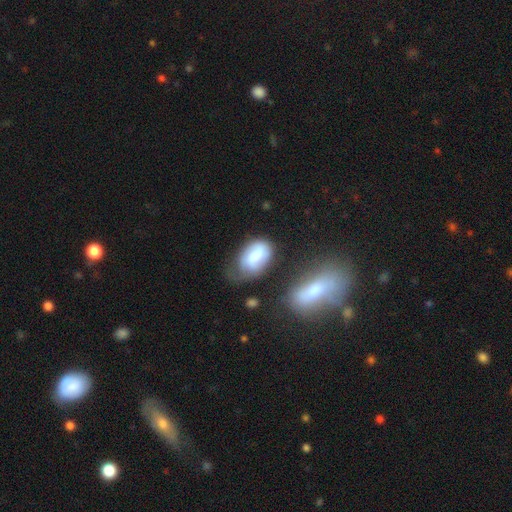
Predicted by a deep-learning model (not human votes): smooth_or_featured: smooth (p=0.63) [alt: featured or disk p=0.30]
how_rounded: in between (p=0.86) [alt: round p=0.13]
merging: none (p=0.42) [alt: minor disturbance p=0.33]